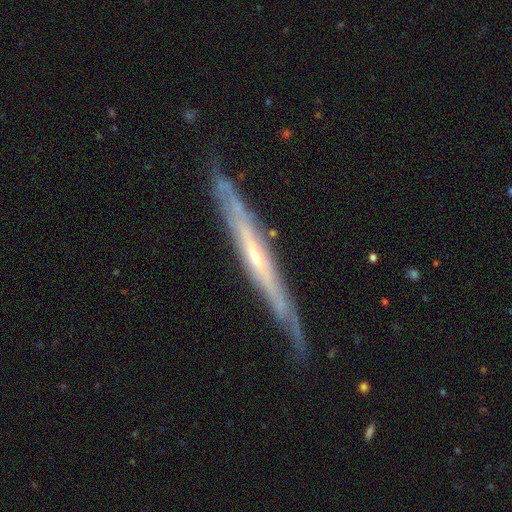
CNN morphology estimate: type=featured or disk (79%); edge-on=yes (85%); edge-on bulge=none (57%); merging=none (74%).